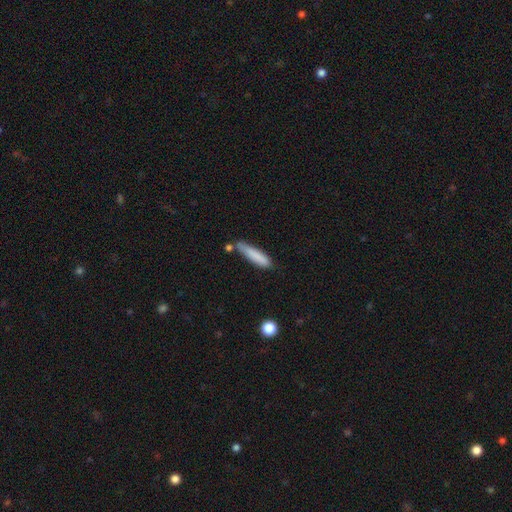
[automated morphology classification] Q: Smooth or featured?
A: smooth (82%); runner-up: featured or disk (12%)
Q: How rounded?
A: cigar-shaped (81%); runner-up: in between (17%)
Q: Merging?
A: none (58%); runner-up: minor disturbance (27%)